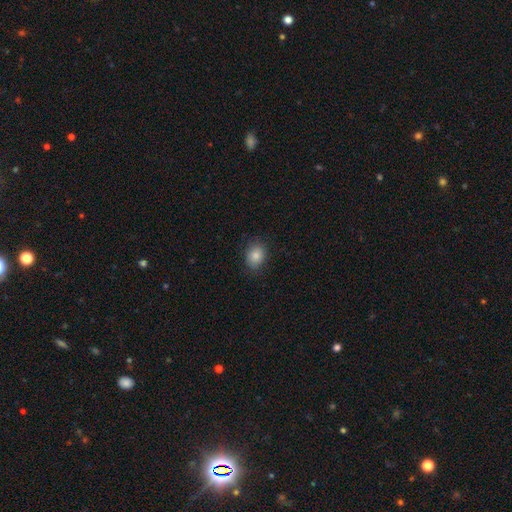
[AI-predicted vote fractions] This is clearly a smooth galaxy (85%). How rounded: possibly in between (57%). Merging: clearly none (83%).